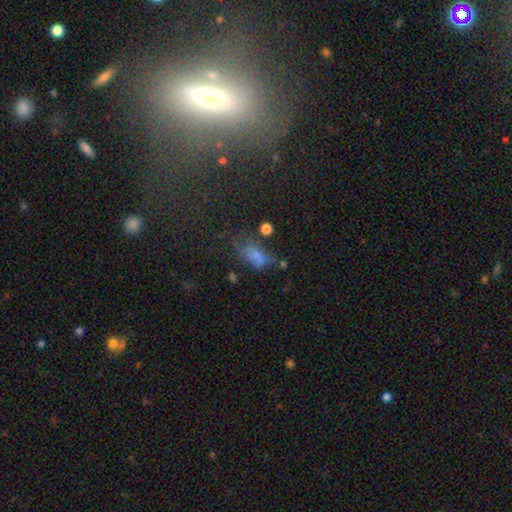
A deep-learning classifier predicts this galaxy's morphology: type=smooth (63%); roundness=in between (81%); merging=none (36%).